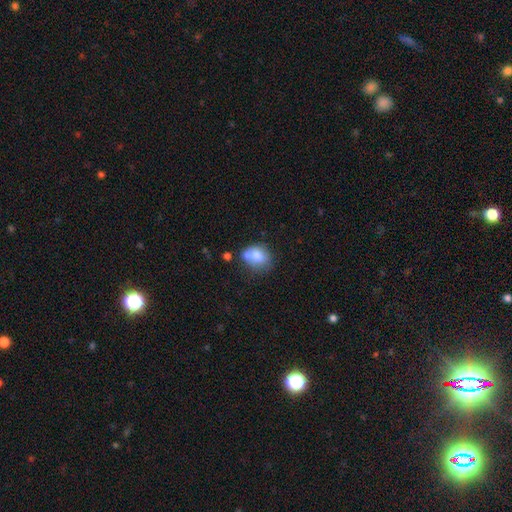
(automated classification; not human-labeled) smooth-or-featured: smooth: 72% | featured or disk: 19% | star or artifact: 9%
  how-rounded: in between: 55% | round: 44% | cigar-shaped: 1%
  merging: none: 39% | merger: 27% | minor disturbance: 23% | major disturbance: 10%